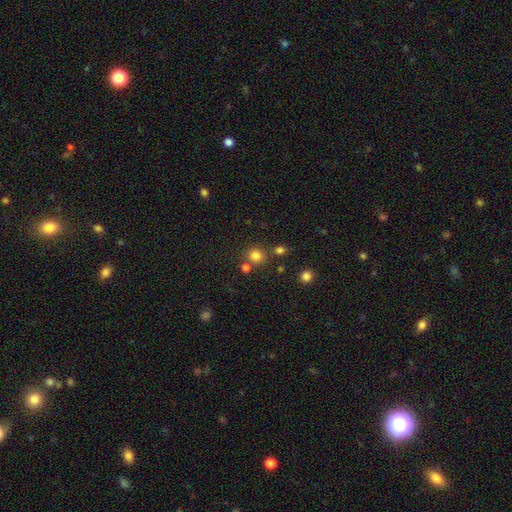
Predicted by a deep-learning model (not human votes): This is likely a smooth galaxy (80%). How rounded: clearly round (89%). Merging: likely none (73%).